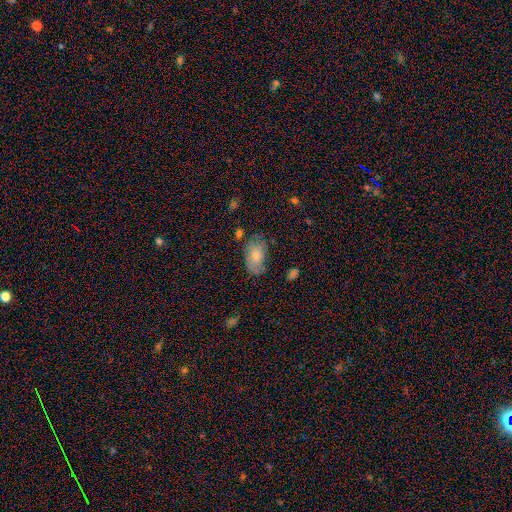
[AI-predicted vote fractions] Q: Smooth or featured?
A: smooth (72%); runner-up: featured or disk (20%)
Q: How rounded?
A: in between (92%); runner-up: round (6%)
Q: Merging?
A: none (59%); runner-up: minor disturbance (28%)